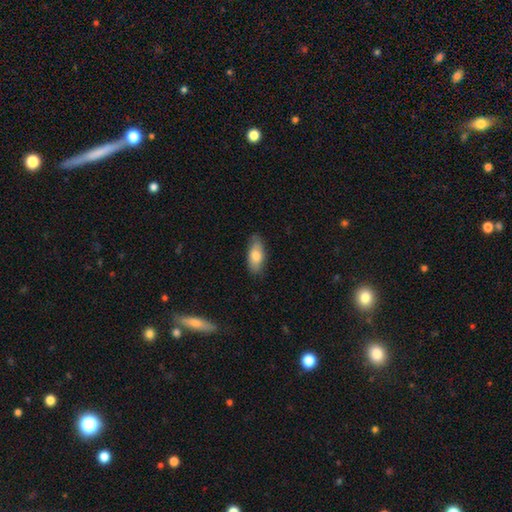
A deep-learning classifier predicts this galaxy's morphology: Smooth or featured? Predicted: smooth (p=0.76). How rounded? Predicted: in between (p=0.85). Merging? Predicted: none (p=0.78).